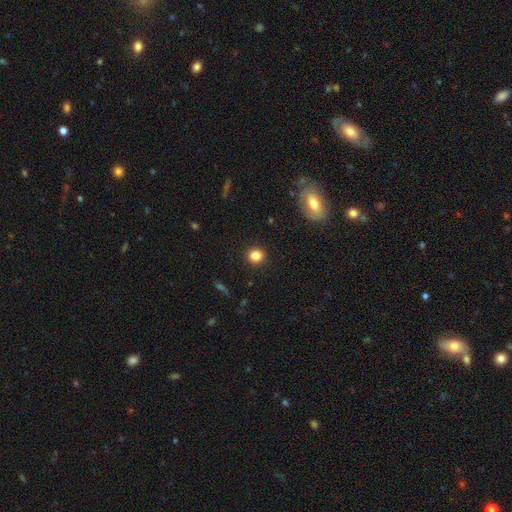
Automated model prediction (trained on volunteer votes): Smooth or featured? smooth (83%)
How rounded? round (88%)
Merging? none (92%)